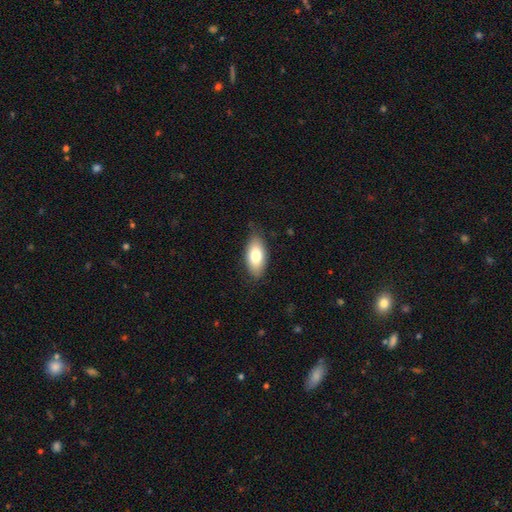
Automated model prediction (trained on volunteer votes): This is likely a smooth galaxy (78%). How rounded: clearly in between (91%). Merging: likely none (80%).